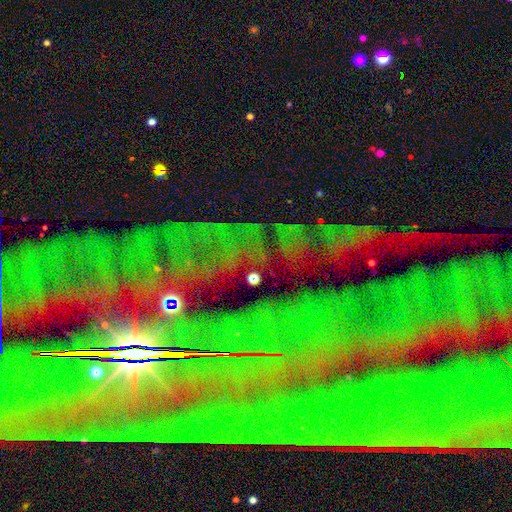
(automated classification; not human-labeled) The model was most divided on "smooth or featured": star or artifact: 81%, featured or disk: 11%, smooth: 8%.